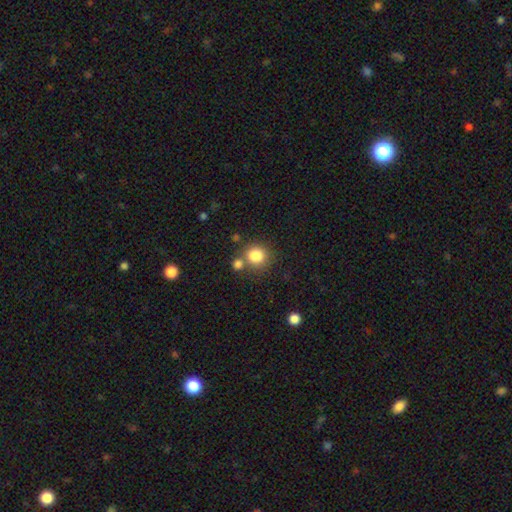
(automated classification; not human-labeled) Smooth or featured? Predicted: smooth (p=0.83). How rounded? Predicted: round (p=0.82). Merging? Predicted: none (p=0.63).